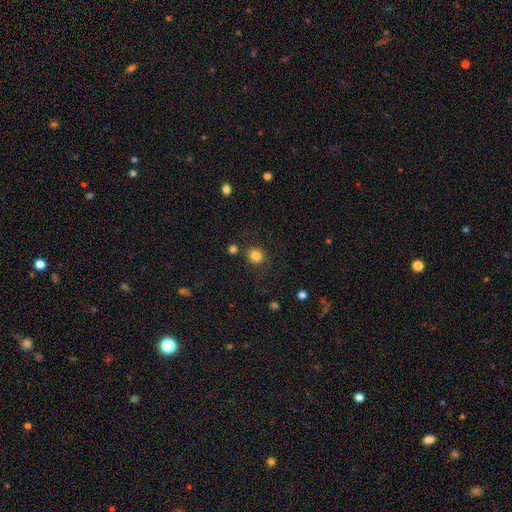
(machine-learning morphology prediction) This appears to be a smooth galaxy with no disk features (83%) that is round (86%). Merging: none (79%).